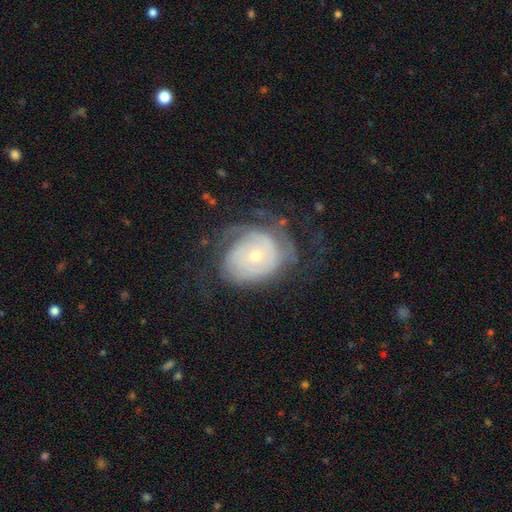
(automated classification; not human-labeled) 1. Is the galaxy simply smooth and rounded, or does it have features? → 77% featured or disk, 17% smooth, 7% star or artifact.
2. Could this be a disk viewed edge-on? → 97% no, 3% yes.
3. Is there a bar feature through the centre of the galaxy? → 79% no, 17% weak, 3% strong.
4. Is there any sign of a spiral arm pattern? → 89% yes, 11% no.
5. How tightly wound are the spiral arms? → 67% tight, 23% medium, 10% loose.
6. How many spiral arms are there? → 45% can't tell, 23% 2, 13% 3, 7% 1, 7% 4, 5% more than 4.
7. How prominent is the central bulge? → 69% small, 27% moderate, 2% large, 1% none, 1% dominant.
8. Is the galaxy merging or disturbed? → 55% none, 22% minor disturbance, 22% major disturbance, 1% merger.